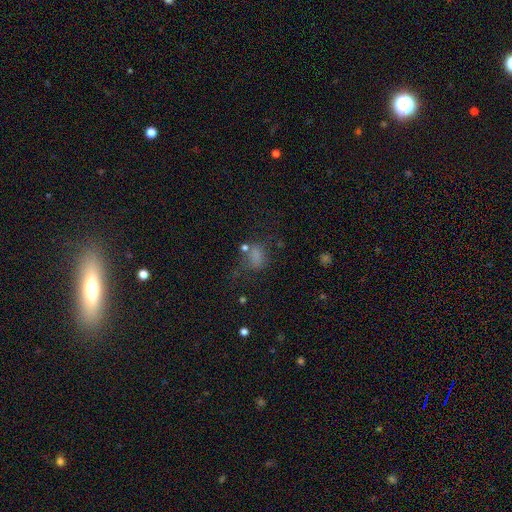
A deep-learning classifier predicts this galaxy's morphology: This is likely a smooth galaxy (68%). How rounded: likely in between (68%). Merging: marginally none (45%).